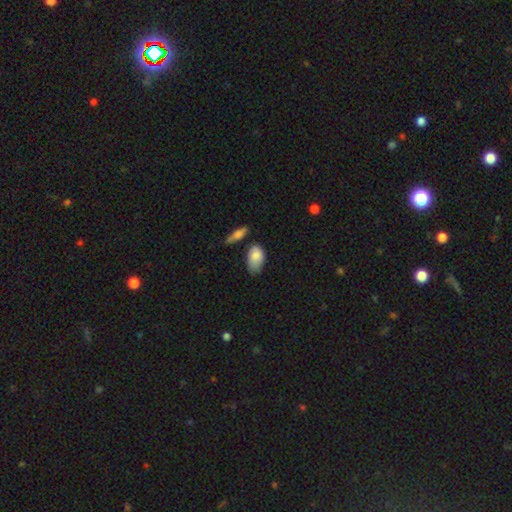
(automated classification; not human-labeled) This appears to be a smooth galaxy with no disk features (82%) that is in between round and cigar-shaped (92%). Merging: none (45%).